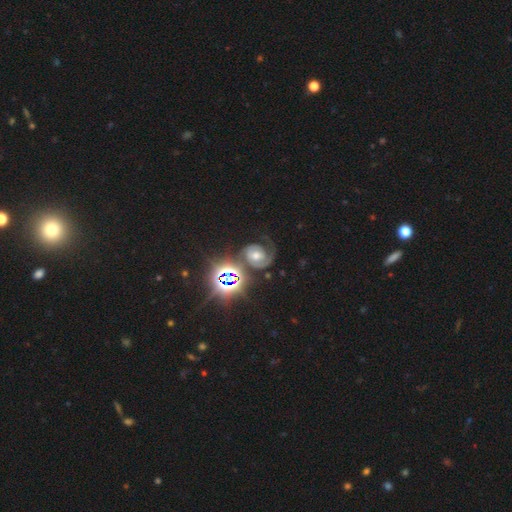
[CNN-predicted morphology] A featured or disk galaxy (62%) with no bar (65%), 2 (50%) tight (45%) spiral arms (89%) and a moderate central bulge (64%).

Vote fractions:
- Smooth or featured? featured or disk: 62% / star or artifact: 23% / smooth: 15%
- Edge-on disk? no: 97% / yes: 3%
- Bar? no: 65% / weak: 24% / strong: 10%
- Spiral arms? yes: 89% / no: 11%
- Spiral winding? tight: 45% / medium: 40% / loose: 15%
- Spiral arm count? 2: 50% / 1: 33% / can't tell: 10% / 3: 3% / 4: 2% / more than 4: 2%
- Bulge size? moderate: 64% / small: 18% / large: 12% / none: 3% / dominant: 2%
- Merging? none: 47% / major disturbance: 24% / minor disturbance: 20% / merger: 8%